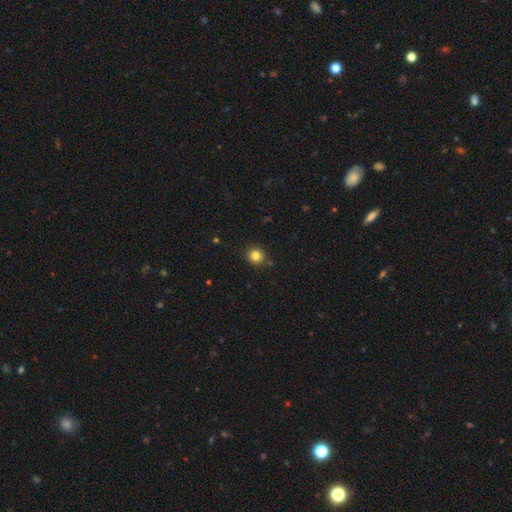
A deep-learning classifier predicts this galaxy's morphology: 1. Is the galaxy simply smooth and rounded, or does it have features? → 82% smooth, 12% star or artifact, 6% featured or disk.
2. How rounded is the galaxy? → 87% round, 12% in between, 1% cigar-shaped.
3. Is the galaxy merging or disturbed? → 88% none, 8% minor disturbance, 2% merger, 2% major disturbance.